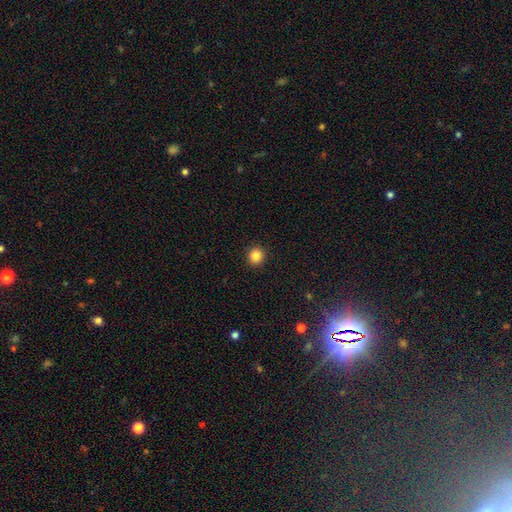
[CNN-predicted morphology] Smooth or featured?
  - smooth: 85% *
  - star or artifact: 11%
  - featured or disk: 4%
How rounded?
  - round: 91% *
  - in between: 8%
  - cigar-shaped: 1%
Merging?
  - none: 92% *
  - minor disturbance: 5%
  - major disturbance: 2%
  - merger: 1%